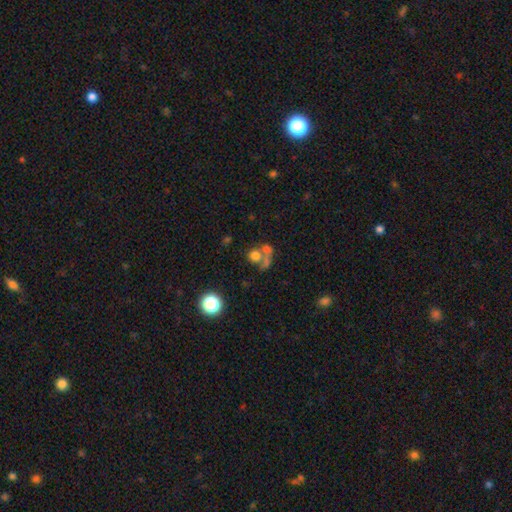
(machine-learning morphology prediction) This is likely a smooth galaxy (64%). How rounded: likely round (79%). Merging: possibly merger (49%).